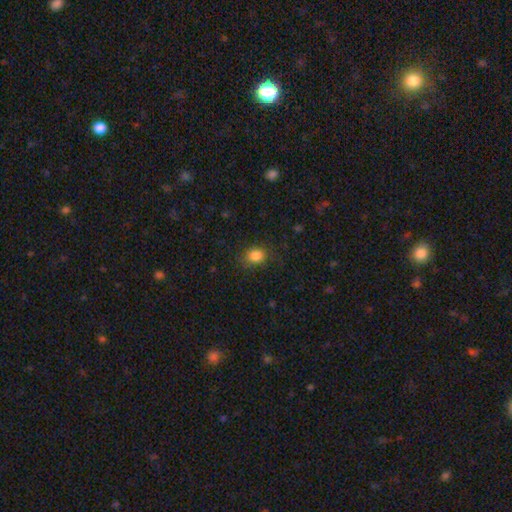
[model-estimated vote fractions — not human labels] smooth_or_featured: smooth (p=0.85) [alt: star or artifact p=0.11]
how_rounded: round (p=0.51) [alt: in between p=0.48]
merging: none (p=0.81) [alt: minor disturbance p=0.14]